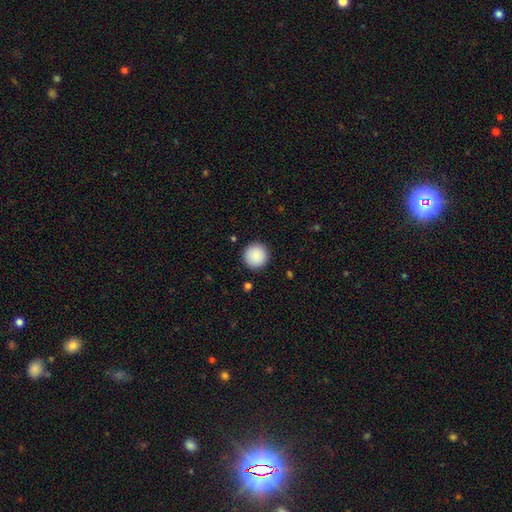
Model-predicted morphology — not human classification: Overall: smooth (90%). How rounded: round (96%). Merging: none (92%).